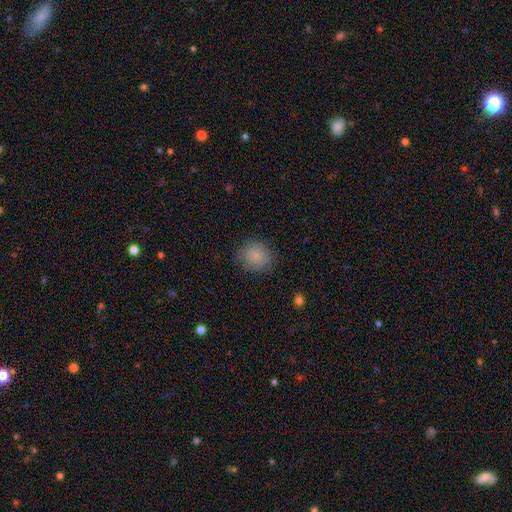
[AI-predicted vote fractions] The model was most divided on "merging": none: 77%, minor disturbance: 17%, major disturbance: 5%, merger: 1%. More confident: how rounded — round (85%); smooth or featured — smooth (81%).